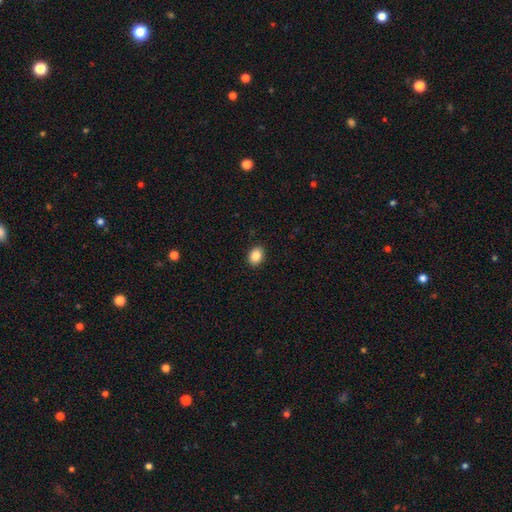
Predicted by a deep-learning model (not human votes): Smooth or featured: smooth — 87% (star or artifact — 9%)
How rounded: in between — 61% (round — 38%)
Merging: none — 90% (minor disturbance — 7%)